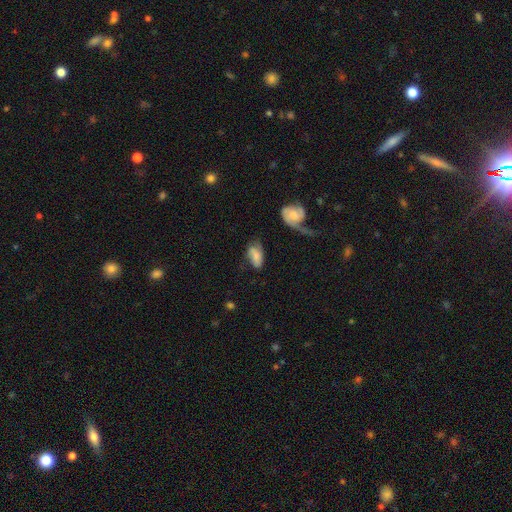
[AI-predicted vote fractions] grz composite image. It shows a smooth galaxy with no disk features (64%) that is in between round and cigar-shaped (92%). Merging: none (43%).